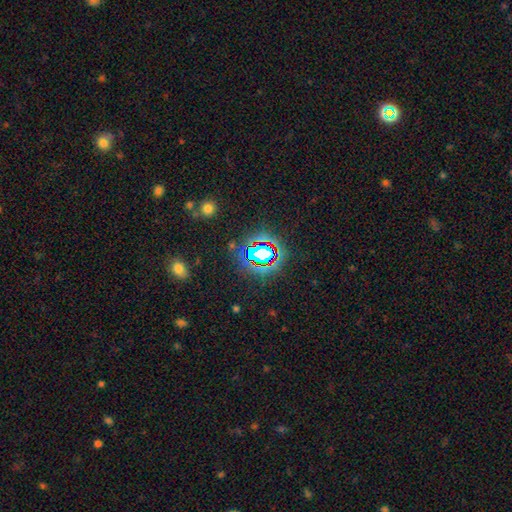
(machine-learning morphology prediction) The model was most divided on "smooth or featured": star or artifact: 73%, smooth: 16%, featured or disk: 10%.